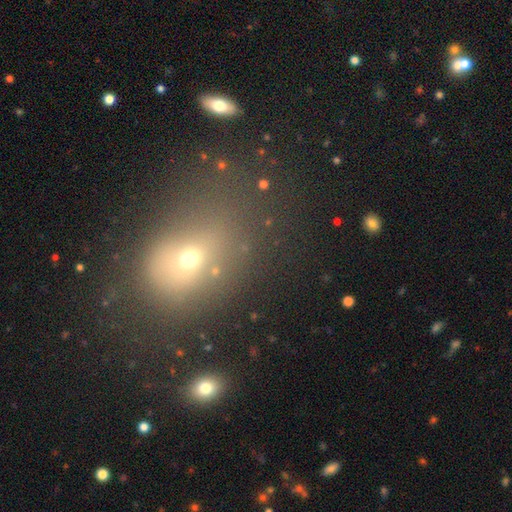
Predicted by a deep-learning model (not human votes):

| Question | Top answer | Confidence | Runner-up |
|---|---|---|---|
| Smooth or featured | smooth | 55% | star or artifact (28%) |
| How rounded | in between | 56% | round (42%) |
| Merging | none | 54% | minor disturbance (20%) |